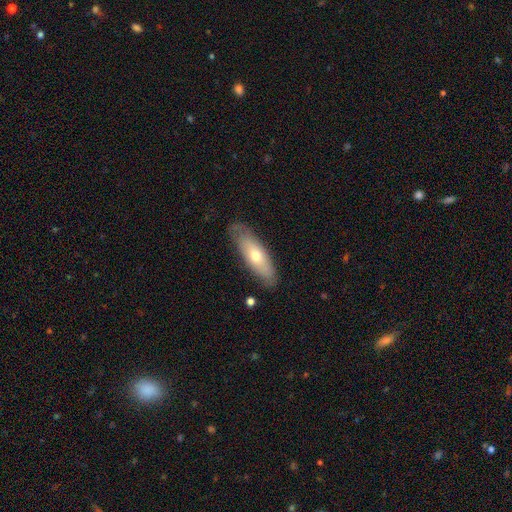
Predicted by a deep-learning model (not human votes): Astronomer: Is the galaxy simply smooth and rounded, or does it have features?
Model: smooth — 55% (runner-up: featured or disk, 39%).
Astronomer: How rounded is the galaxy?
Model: in between — 54% (runner-up: cigar-shaped, 44%).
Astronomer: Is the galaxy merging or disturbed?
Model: none — 77%.